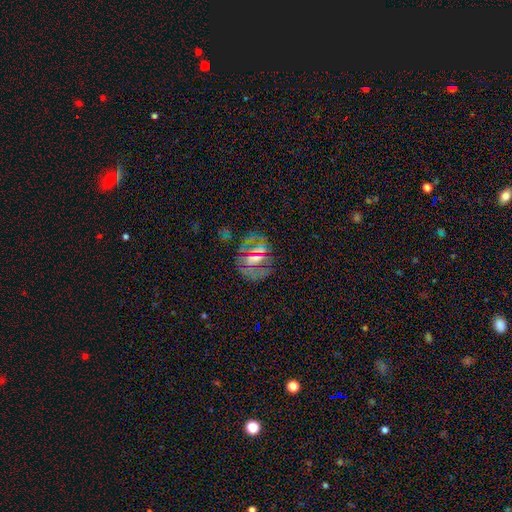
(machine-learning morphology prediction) type=smooth (43%); merging=none (80%).